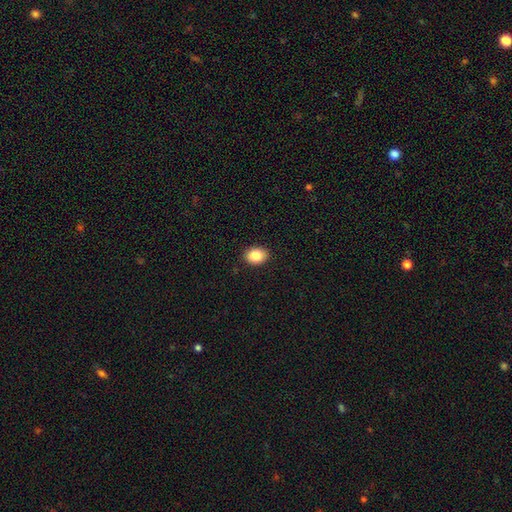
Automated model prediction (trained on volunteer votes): This is clearly a smooth galaxy (87%). How rounded: likely in between (65%). Merging: clearly none (90%).